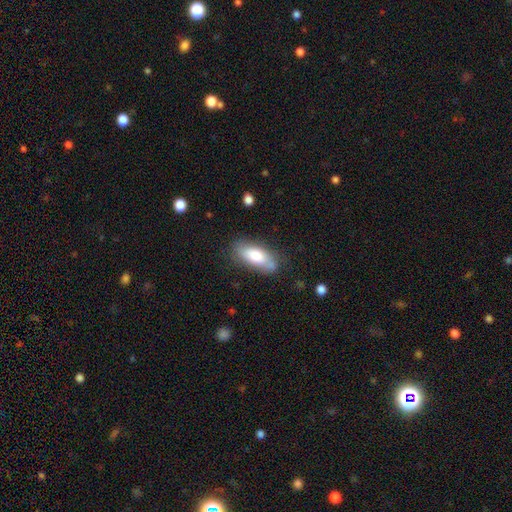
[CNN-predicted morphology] Q: Smooth or featured?
A: smooth (72%); runner-up: featured or disk (22%)
Q: How rounded?
A: in between (79%); runner-up: cigar-shaped (18%)
Q: Merging?
A: none (74%); runner-up: minor disturbance (19%)